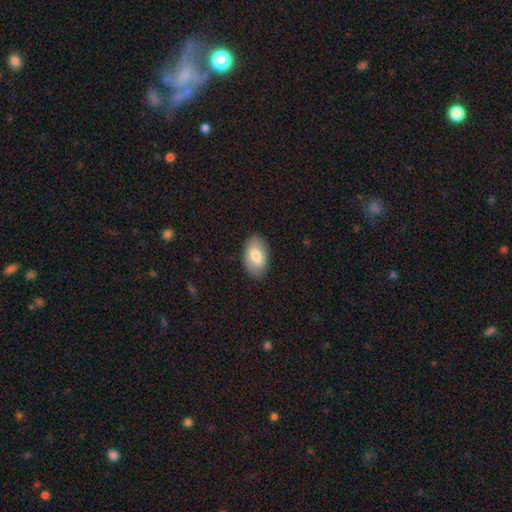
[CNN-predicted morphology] smooth_or_featured: smooth (p=0.78) [alt: featured or disk p=0.16]
how_rounded: in between (p=0.93) [alt: round p=0.05]
merging: none (p=0.87) [alt: minor disturbance p=0.10]